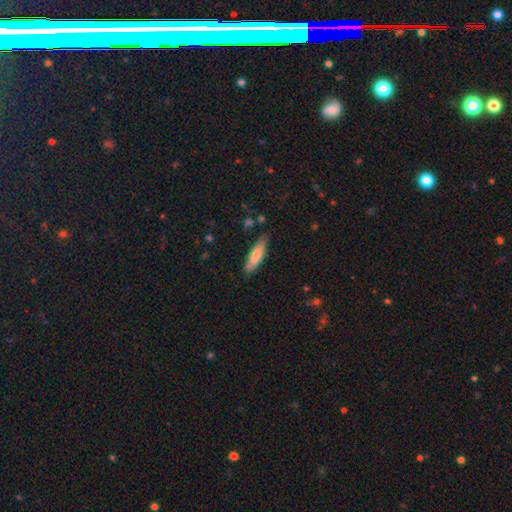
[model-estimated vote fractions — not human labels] A smooth galaxy with no disk features (78%) that is cigar-shaped (61%).

Vote fractions:
- Smooth or featured? smooth: 78% / featured or disk: 17% / star or artifact: 6%
- How rounded? cigar-shaped: 61% / in between: 38% / round: 1%
- Merging? none: 80% / minor disturbance: 16% / major disturbance: 3% / merger: 2%